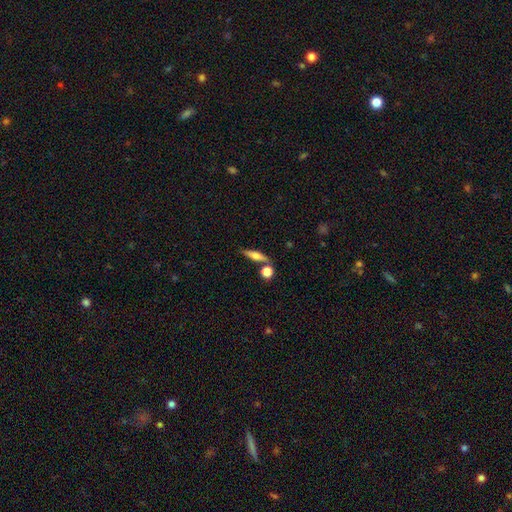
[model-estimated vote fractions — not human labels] Morphology: type=smooth (46%, tied with featured or disk); merging=none (72%).